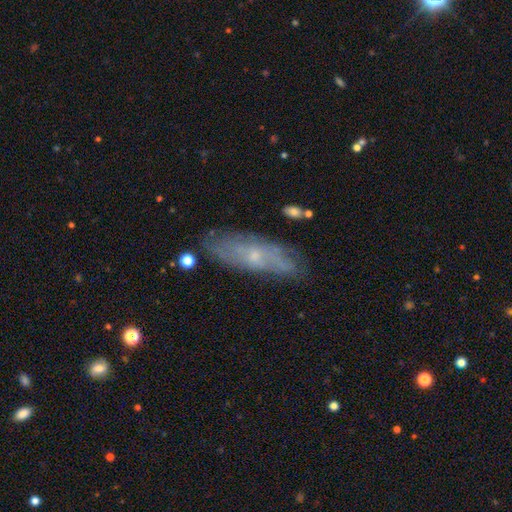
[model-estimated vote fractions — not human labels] Smooth or featured: featured or disk — 55% (smooth — 36%)
Edge-on disk: no — 70% (yes — 30%)
Merging: none — 76% (minor disturbance — 17%)